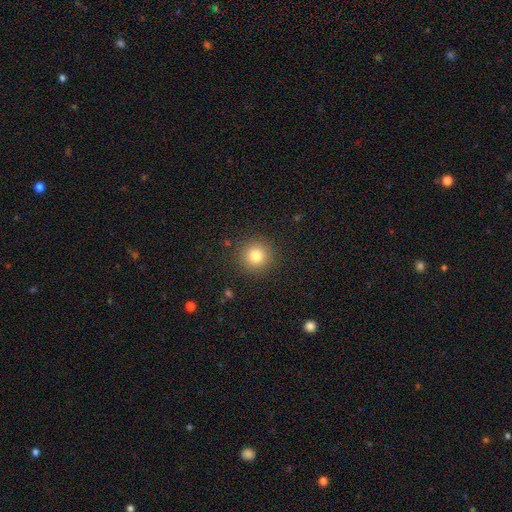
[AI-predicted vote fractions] Smooth or featured? Predicted: smooth (p=0.82). How rounded? Predicted: round (p=0.94). Merging? Predicted: none (p=0.90).